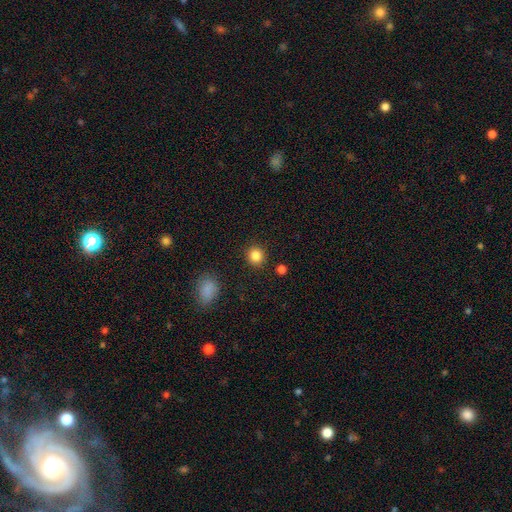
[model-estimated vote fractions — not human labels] This appears to be a smooth galaxy with no disk features (85%) that is round (86%). Merging: none (89%).